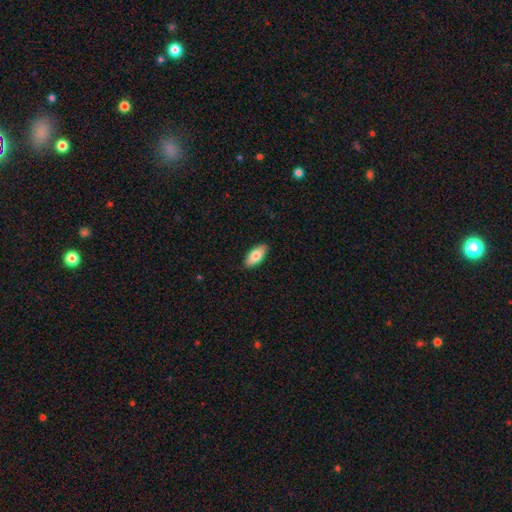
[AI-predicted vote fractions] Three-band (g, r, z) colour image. It shows a smooth galaxy with no disk features (77%) that is in between round and cigar-shaped (86%). Merging: none (89%).